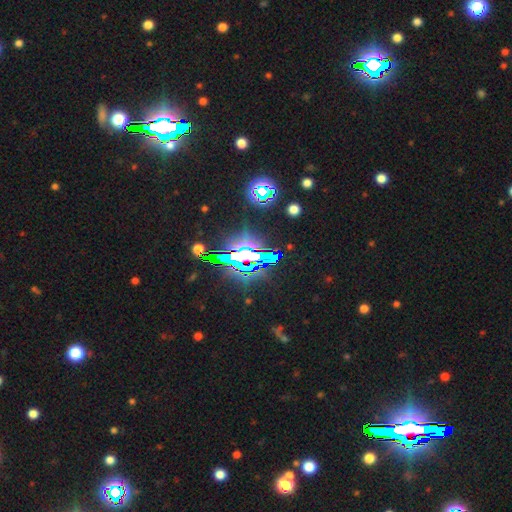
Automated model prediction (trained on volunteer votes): smooth_or_featured: star or artifact (p=0.80) [alt: smooth p=0.10]